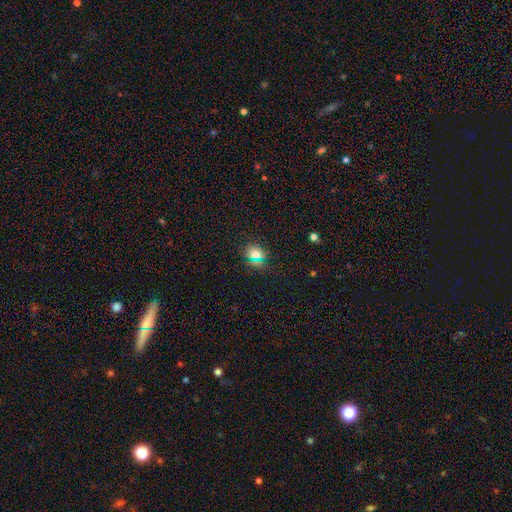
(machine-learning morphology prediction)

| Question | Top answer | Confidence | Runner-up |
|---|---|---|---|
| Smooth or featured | smooth | 65% | star or artifact (26%) |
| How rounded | round | 69% | in between (28%) |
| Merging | none | 85% | minor disturbance (9%) |